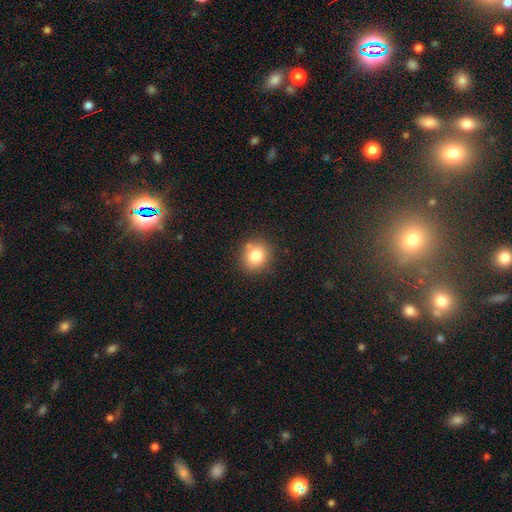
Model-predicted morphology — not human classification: A smooth galaxy with no disk features (80%) that is round (83%).

Vote fractions:
- Smooth or featured? smooth: 80% / star or artifact: 12% / featured or disk: 9%
- How rounded? round: 83% / in between: 16% / cigar-shaped: 1%
- Merging? none: 80% / minor disturbance: 11% / merger: 6% / major disturbance: 3%